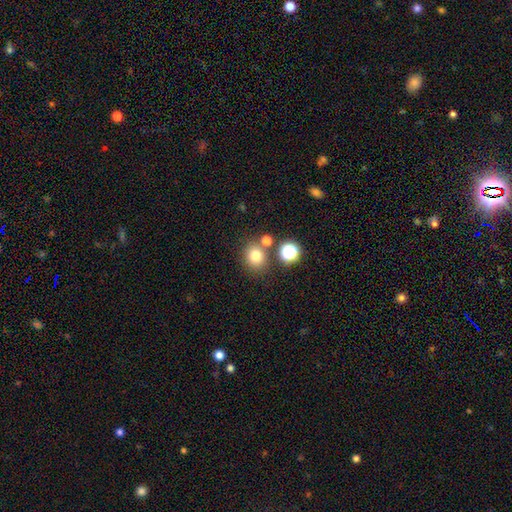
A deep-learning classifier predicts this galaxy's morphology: Smooth or featured? smooth (76%)
How rounded? round (80%)
Merging? none (74%)